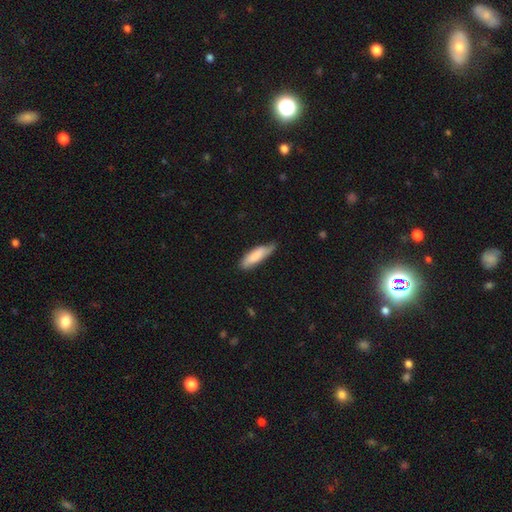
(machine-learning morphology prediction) Smooth or featured?
  - smooth: 79% *
  - featured or disk: 16%
  - star or artifact: 6%
How rounded?
  - cigar-shaped: 56% *
  - in between: 42%
  - round: 1%
Merging?
  - none: 58% *
  - minor disturbance: 34%
  - major disturbance: 6%
  - merger: 2%